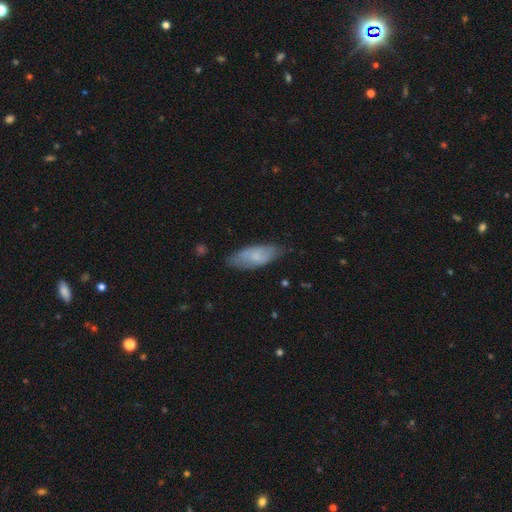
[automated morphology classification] This is likely a smooth galaxy (69%). How rounded: likely in between (76%). Merging: likely none (71%).